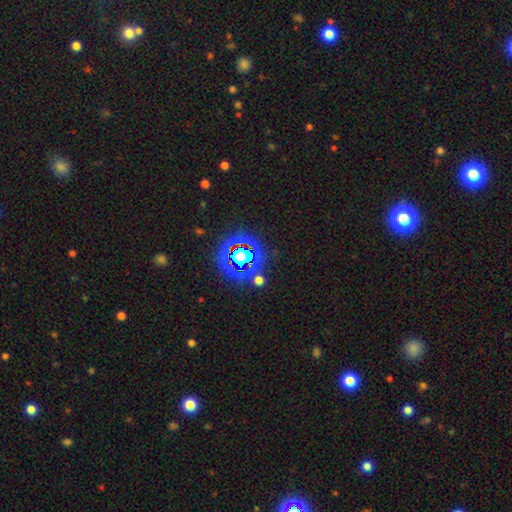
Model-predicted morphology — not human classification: A star or artifact, not a galaxy (79%).